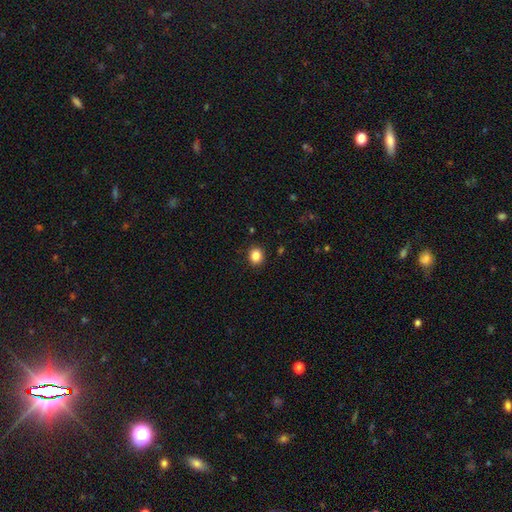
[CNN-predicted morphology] smooth 87%, star or artifact 10%, featured or disk 4%. Down the decision tree: how rounded — round (68%); merging — none (90%).